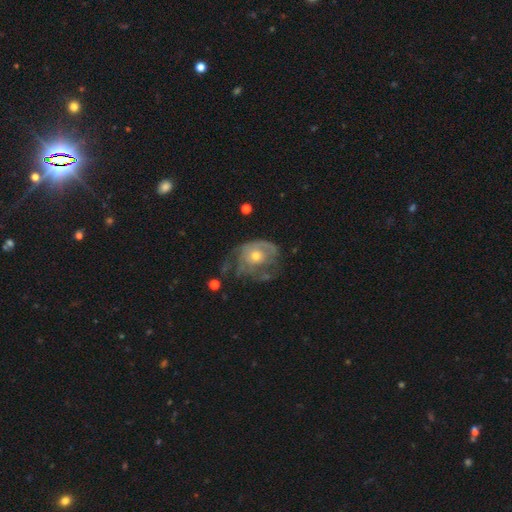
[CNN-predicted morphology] smooth_or_featured: featured or disk (p=0.68) [alt: smooth p=0.24]
disk_edge_on: no (p=0.96) [alt: yes p=0.04]
bar: no (p=0.84) [alt: weak p=0.14]
has_spiral_arms: yes (p=0.65) [alt: no p=0.35]
bulge_size: moderate (p=0.58) [alt: small p=0.36]
merging: none (p=0.38) [alt: major disturbance p=0.33]